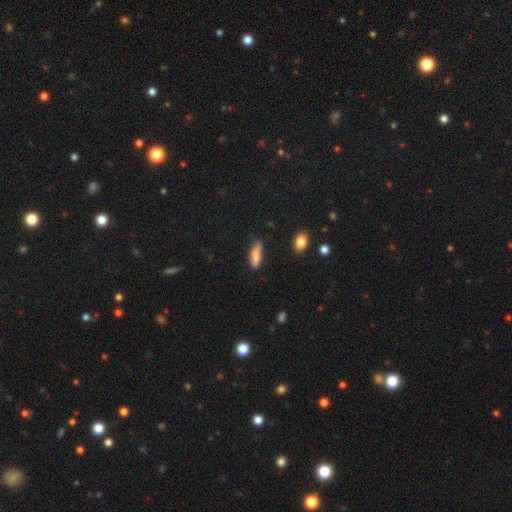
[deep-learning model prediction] This appears to be a smooth galaxy with no disk features (83%) that is cigar-shaped (61%). Merging: none (63%).